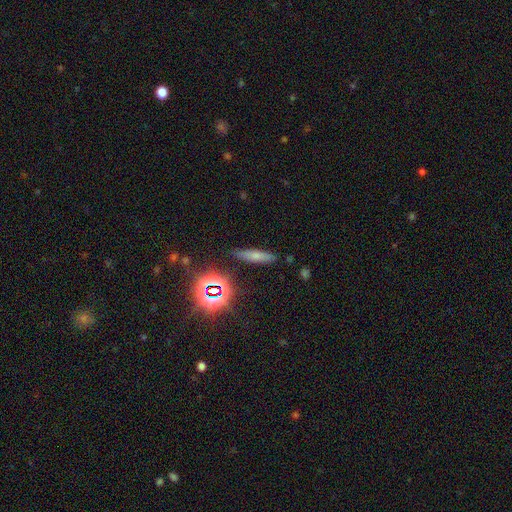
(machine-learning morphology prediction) smooth 64%, star or artifact 19%, featured or disk 18%. Down the decision tree: how rounded — cigar-shaped (73%); merging — none (82%).